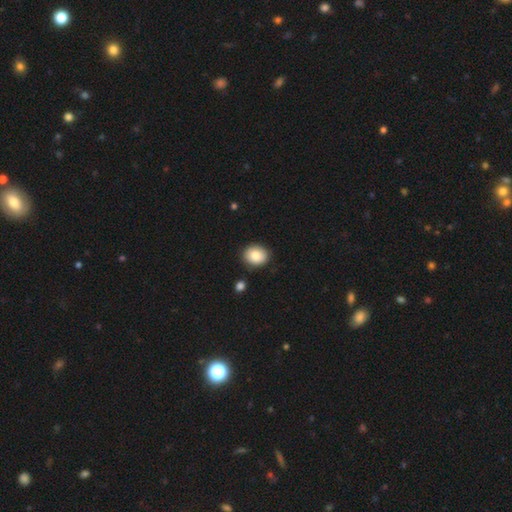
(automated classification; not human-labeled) Q: Smooth or featured?
A: smooth (85%); runner-up: star or artifact (8%)
Q: How rounded?
A: round (60%); runner-up: in between (39%)
Q: Merging?
A: none (87%); runner-up: minor disturbance (8%)